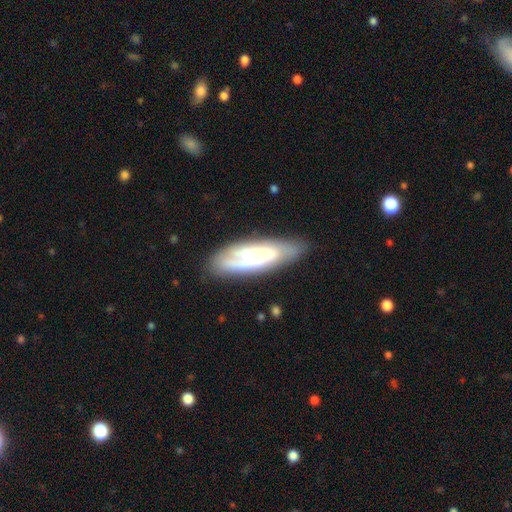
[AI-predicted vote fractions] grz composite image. It shows a featured or disk galaxy (54%). Merging: none (70%).